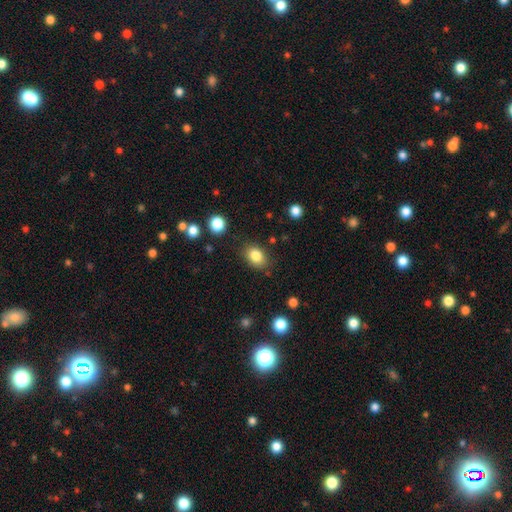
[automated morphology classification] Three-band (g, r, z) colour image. It shows a smooth galaxy with no disk features (83%) that is in between round and cigar-shaped (74%). Merging: none (81%).